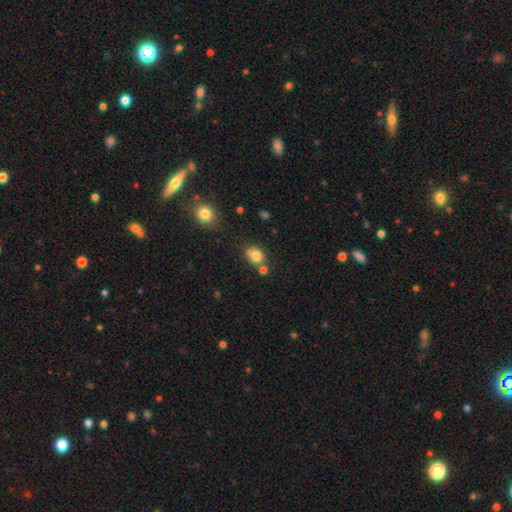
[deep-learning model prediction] This appears to be a smooth galaxy with no disk features (80%) that is round (61%). Merging: none (61%).